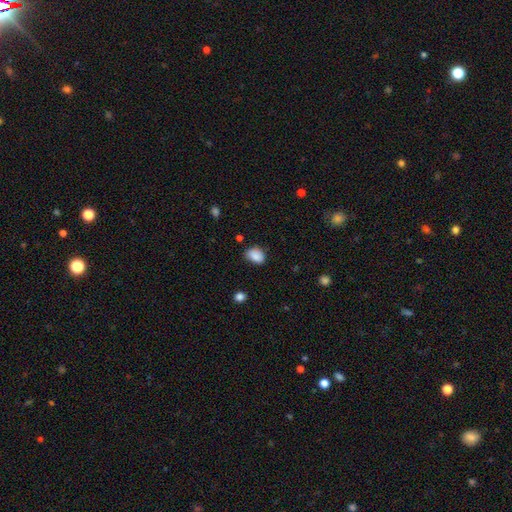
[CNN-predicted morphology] smooth-or-featured: smooth: 87% | star or artifact: 8% | featured or disk: 4%
  how-rounded: in between: 75% | round: 24% | cigar-shaped: 1%
  merging: none: 69% | minor disturbance: 25% | major disturbance: 5% | merger: 2%